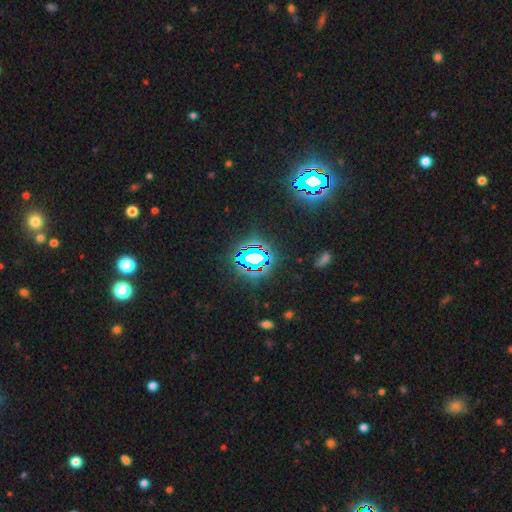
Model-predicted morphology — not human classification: Q: Smooth or featured?
A: star or artifact (72%); runner-up: smooth (15%)